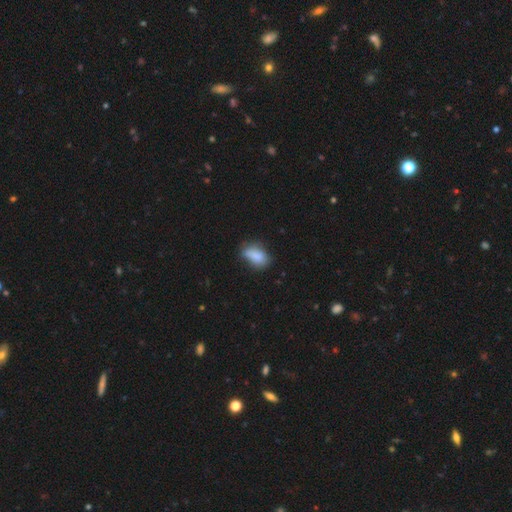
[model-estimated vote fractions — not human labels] smooth_or_featured: smooth (p=0.82) [alt: featured or disk p=0.10]
how_rounded: in between (p=0.87) [alt: round p=0.08]
merging: none (p=0.54) [alt: minor disturbance p=0.32]